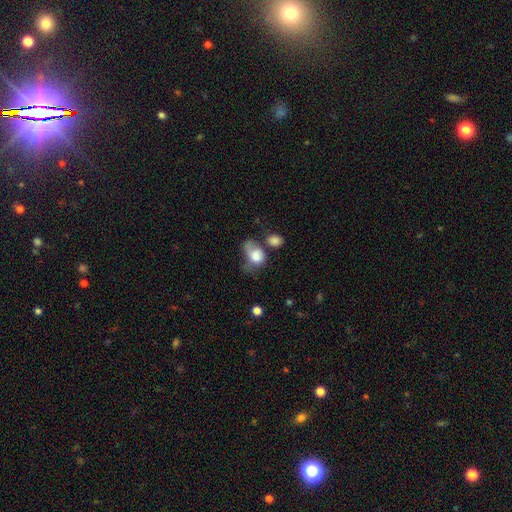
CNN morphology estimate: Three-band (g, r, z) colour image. It shows a smooth galaxy with no disk features (73%) that is in between round and cigar-shaped (62%). Merging: major disturbance (35%).